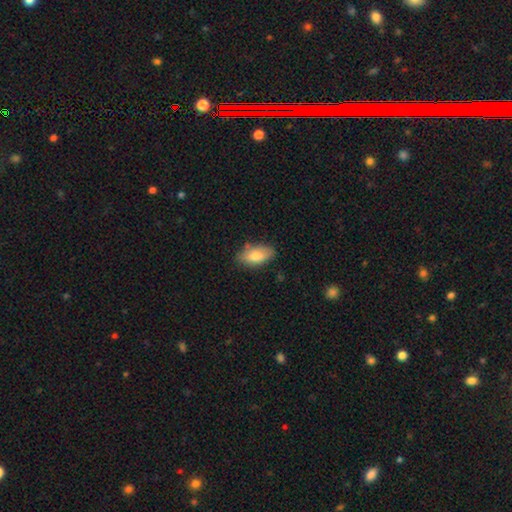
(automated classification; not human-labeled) Smooth or featured: smooth — 80% (featured or disk — 14%)
How rounded: in between — 89% (cigar-shaped — 8%)
Merging: none — 76% (minor disturbance — 18%)